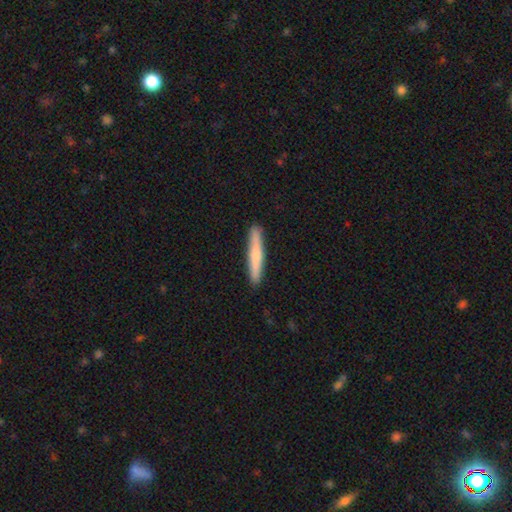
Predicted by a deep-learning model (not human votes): Smooth or featured? Predicted: smooth (p=0.64). How rounded? Predicted: cigar-shaped (p=0.95). Merging? Predicted: none (p=0.91).